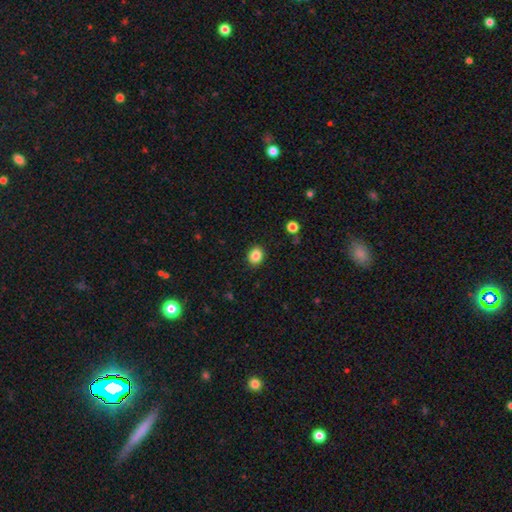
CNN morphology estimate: Smooth or featured: smooth — 85% (star or artifact — 10%)
How rounded: round — 65% (in between — 34%)
Merging: none — 90% (minor disturbance — 7%)